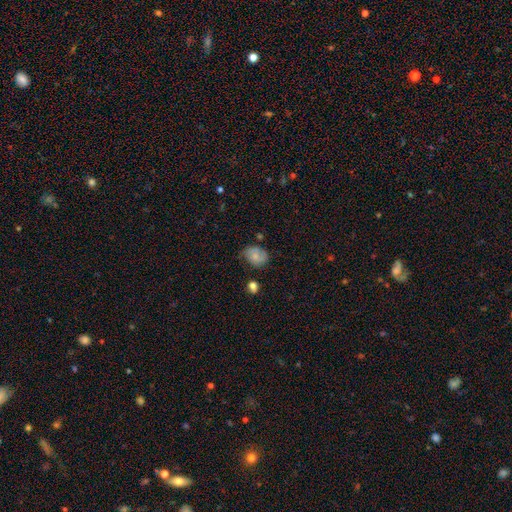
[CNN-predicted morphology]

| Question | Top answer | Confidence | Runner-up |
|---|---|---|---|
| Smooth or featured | smooth | 56% | featured or disk (35%) |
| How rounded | in between | 63% | round (36%) |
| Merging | none | 54% | minor disturbance (32%) |